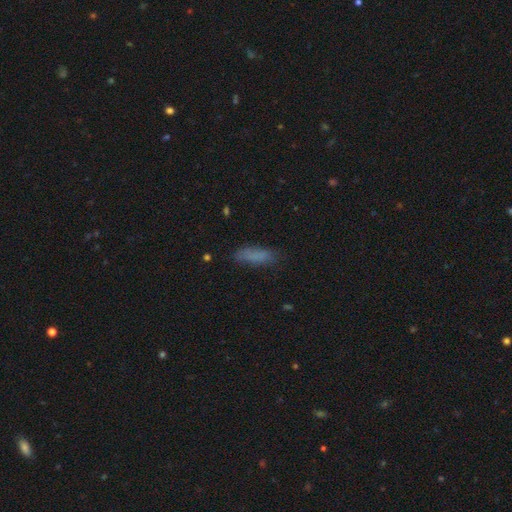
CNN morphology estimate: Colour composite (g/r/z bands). It shows a smooth galaxy with no disk features (80%) that is cigar-shaped (59%). Merging: none (74%).